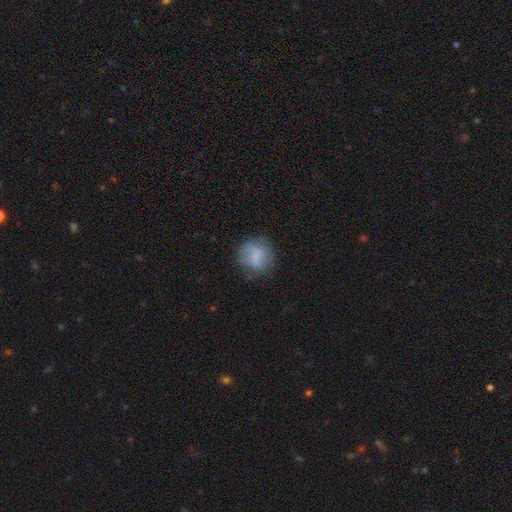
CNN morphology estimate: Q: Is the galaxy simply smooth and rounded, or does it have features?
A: smooth — 66%.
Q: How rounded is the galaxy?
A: round — 78%.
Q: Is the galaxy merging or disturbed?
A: none — 64%.